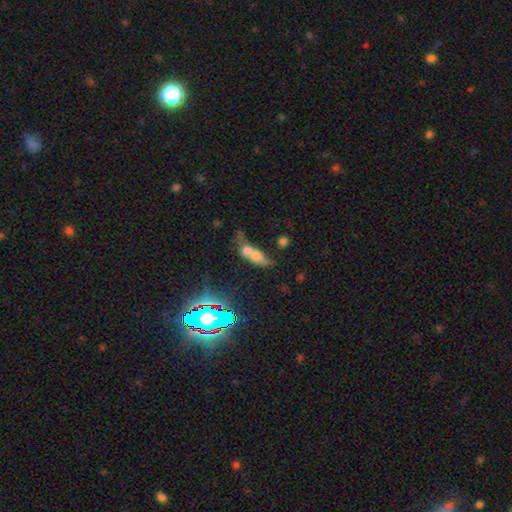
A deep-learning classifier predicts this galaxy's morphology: Q: Smooth or featured?
A: smooth (55%); runner-up: featured or disk (26%)
Q: How rounded?
A: in between (58%); runner-up: round (23%)
Q: Merging?
A: merger (64%); runner-up: none (18%)